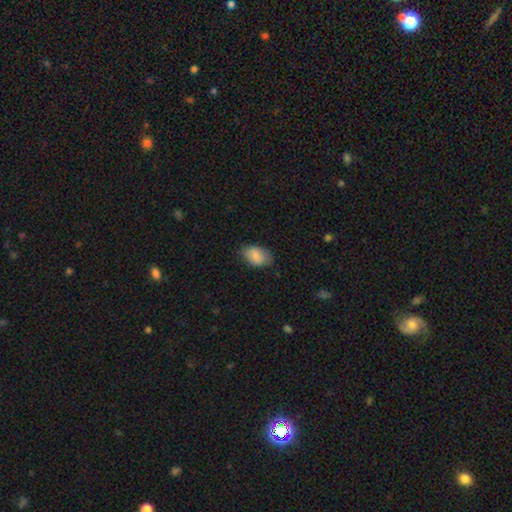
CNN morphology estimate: Smooth or featured: smooth — 85% (featured or disk — 8%)
How rounded: in between — 89% (round — 10%)
Merging: none — 75% (minor disturbance — 20%)